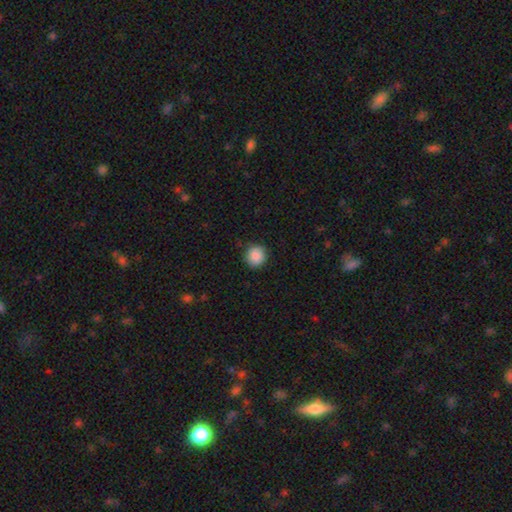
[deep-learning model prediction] smooth 88%, star or artifact 8%, featured or disk 4%. Down the decision tree: how rounded — round (92%); merging — none (89%).